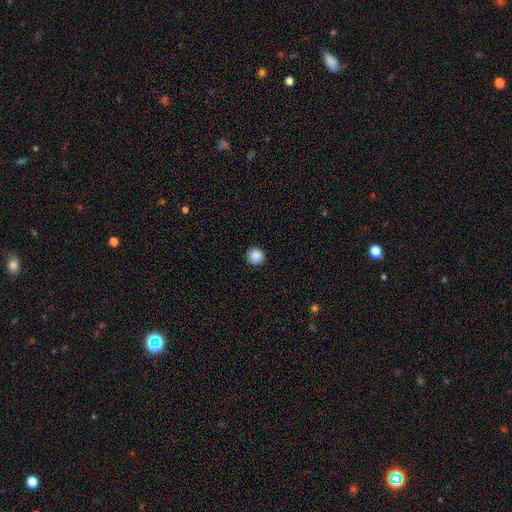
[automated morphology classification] type=smooth (88%); roundness=round (94%); merging=none (90%).